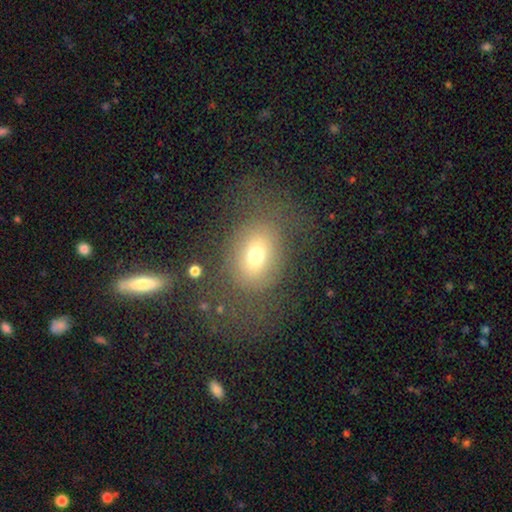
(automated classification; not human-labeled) smooth 65%, featured or disk 20%, star or artifact 14%. Down the decision tree: how rounded — in between (61%); merging — none (59%).